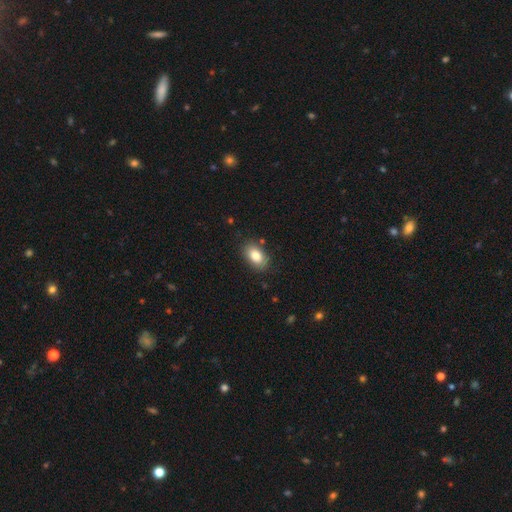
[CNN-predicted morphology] Smooth or featured: smooth — 83% (featured or disk — 9%)
How rounded: in between — 88% (round — 11%)
Merging: none — 84% (minor disturbance — 11%)